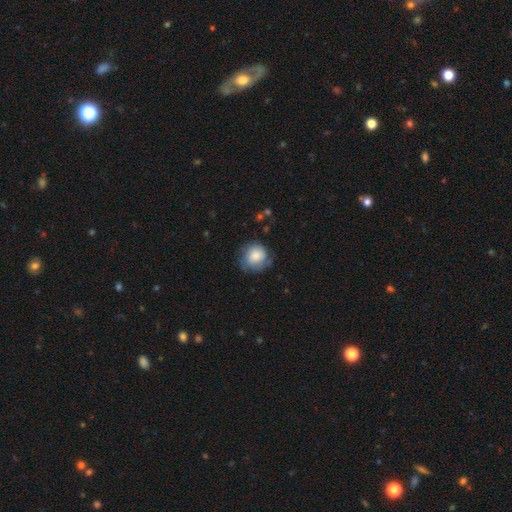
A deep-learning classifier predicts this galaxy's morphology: A smooth galaxy with no disk features (75%) that is round (84%). Merging: none (62%).